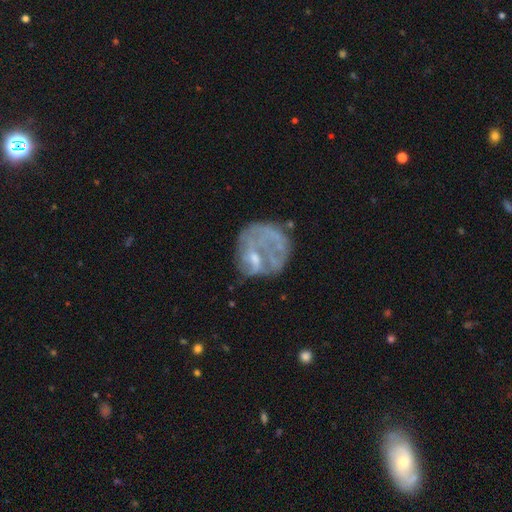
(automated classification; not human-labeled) This is possibly a featured or disk galaxy (55%). It is clearly not viewed edge-on (98%). Bar: likely no (72%). Spiral arm pattern: likely no (77%). Central bulge: marginally none (41%). Merging: marginally none (41%).